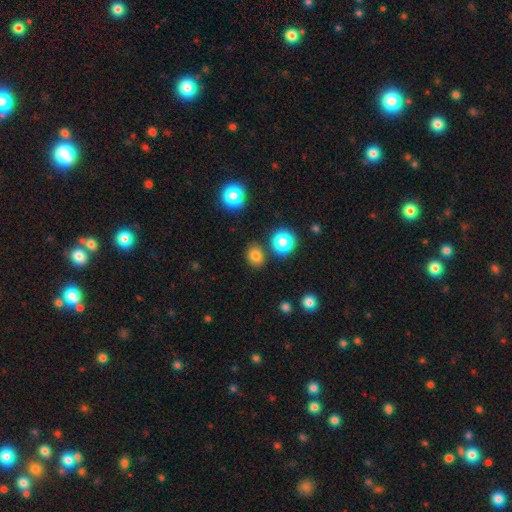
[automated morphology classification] type=smooth (76%); roundness=round (62%); merging=none (82%).